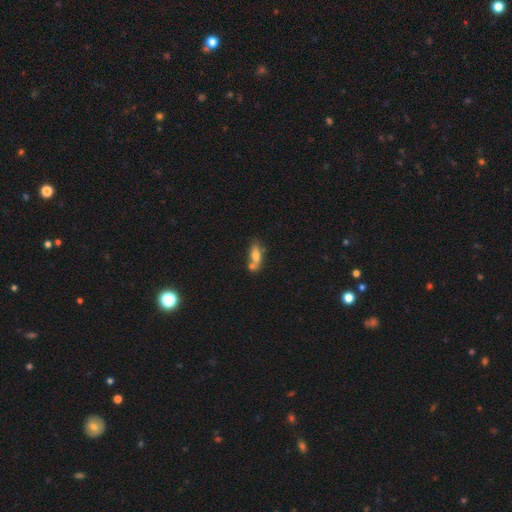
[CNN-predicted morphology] type=smooth (67%); roundness=in between (67%); merging=none (42%).